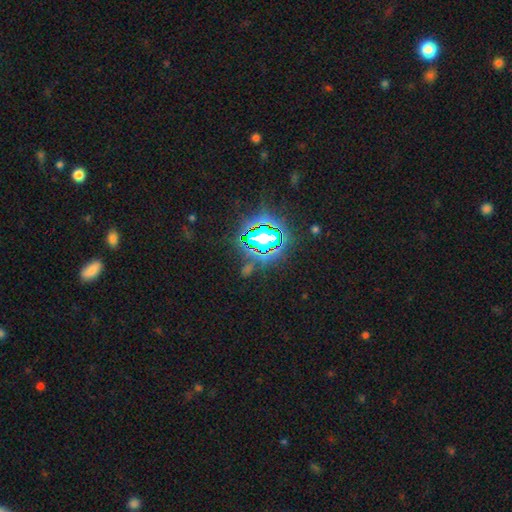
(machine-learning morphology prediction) type=star or artifact (81%).